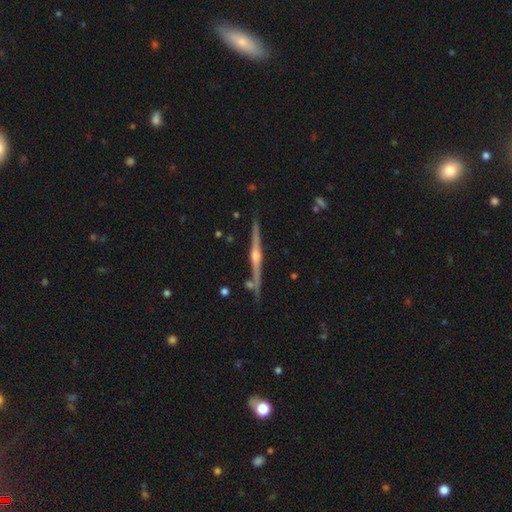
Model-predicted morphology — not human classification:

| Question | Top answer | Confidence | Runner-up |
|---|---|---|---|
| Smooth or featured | featured or disk | 87% | smooth (8%) |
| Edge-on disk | yes | 98% | no (2%) |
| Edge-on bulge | rounded | 89% | none (6%) |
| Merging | none | 84% | minor disturbance (10%) |